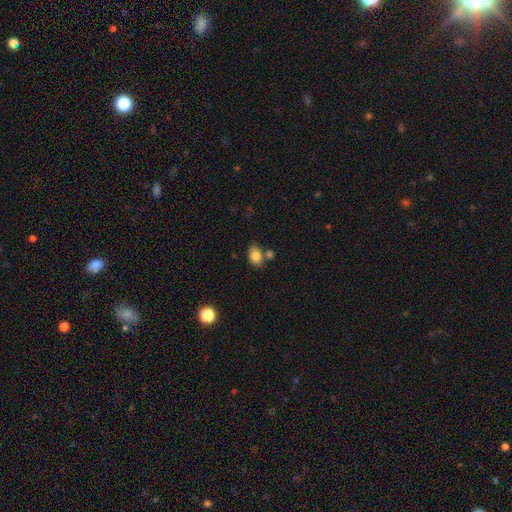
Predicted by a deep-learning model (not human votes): smooth 82%, featured or disk 9%, star or artifact 9%. Down the decision tree: how rounded — in between (76%); merging — none (62%).